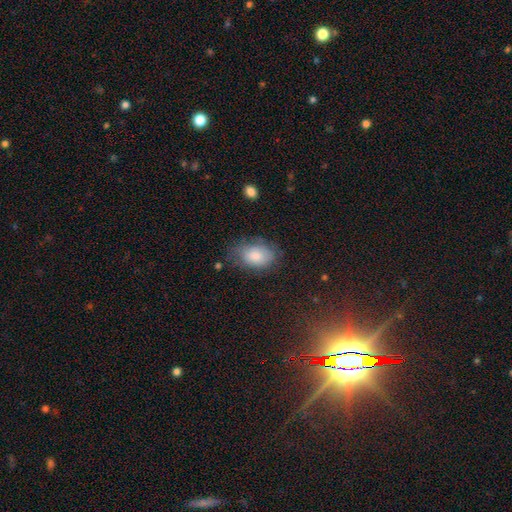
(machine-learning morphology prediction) The model was most divided on "merging": none: 64%, minor disturbance: 25%, major disturbance: 9%, merger: 2%. More confident: how rounded — in between (86%); smooth or featured — smooth (80%).